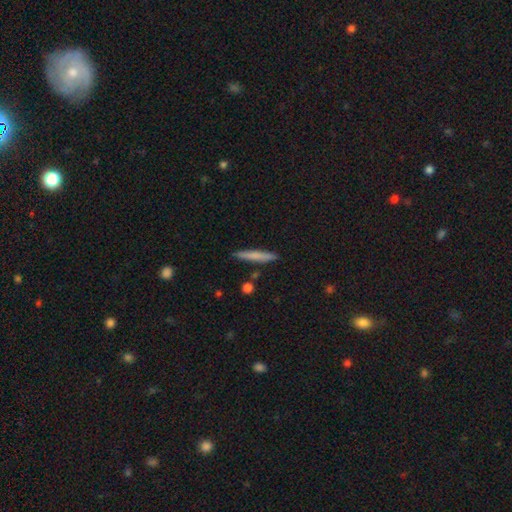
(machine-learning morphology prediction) Smooth or featured? Predicted: smooth (p=0.69). How rounded? Predicted: cigar-shaped (p=0.95). Merging? Predicted: none (p=0.89).